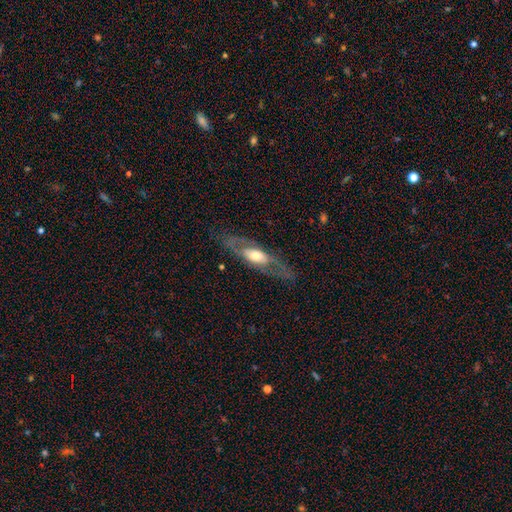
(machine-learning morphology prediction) A featured or disk galaxy (65%).

Vote fractions:
- Smooth or featured? featured or disk: 65% / smooth: 29% / star or artifact: 5%
- Edge-on disk? no: 67% / yes: 33%
- Merging? none: 74% / minor disturbance: 14% / major disturbance: 11% / merger: 1%